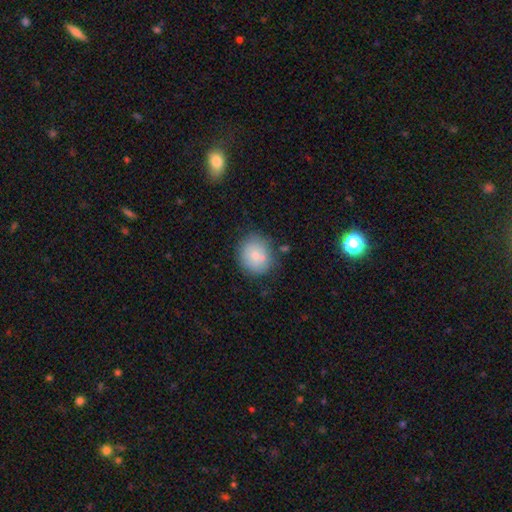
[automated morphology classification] smooth 75%, featured or disk 16%, star or artifact 9%. Down the decision tree: how rounded — round (78%); merging — none (73%).